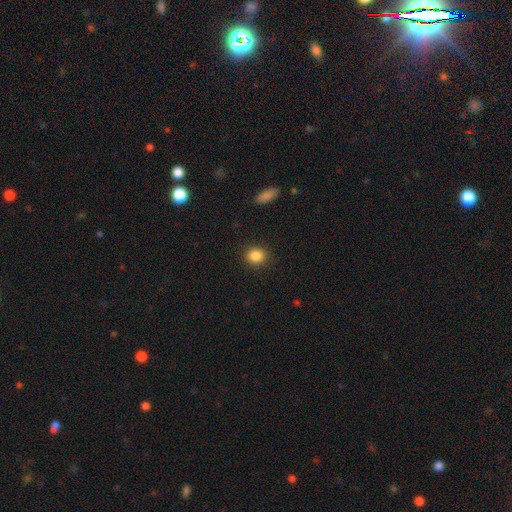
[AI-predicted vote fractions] Smooth or featured: smooth — 87% (star or artifact — 10%)
How rounded: round — 76% (in between — 23%)
Merging: none — 89% (minor disturbance — 7%)